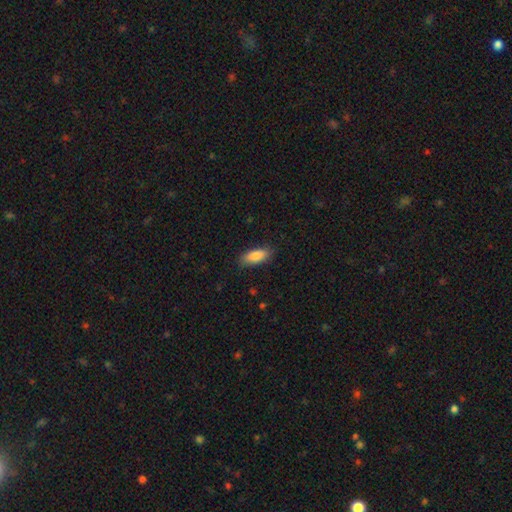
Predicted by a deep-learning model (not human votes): This appears to be a smooth galaxy with no disk features (85%) that is in between round and cigar-shaped (74%). Merging: none (84%).